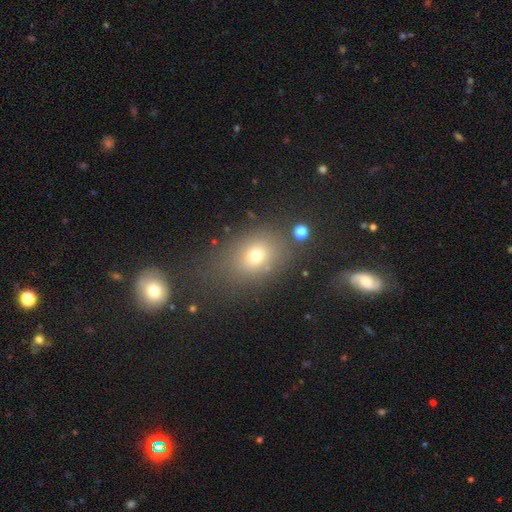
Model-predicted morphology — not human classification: The model was most divided on "how rounded": in between: 59%, round: 40%, cigar-shaped: 2%. More confident: smooth or featured — smooth (69%); merging — none (69%).